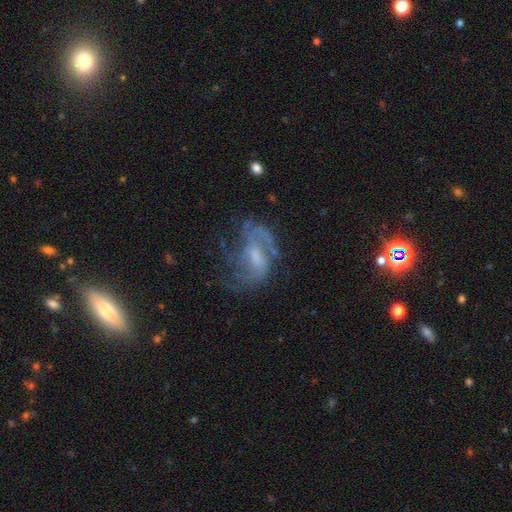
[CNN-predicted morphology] The model was most divided on "bulge size": small: 40%, moderate: 37%, none: 18%, large: 4%, dominant: 1%. Remaining: edge-on disk — no (96%); spiral arms — yes (81%); smooth or featured — featured or disk (75%); bar — weak (51%); merging — none (47%); spiral winding — medium (45%); spiral arm count — 2 (40%).